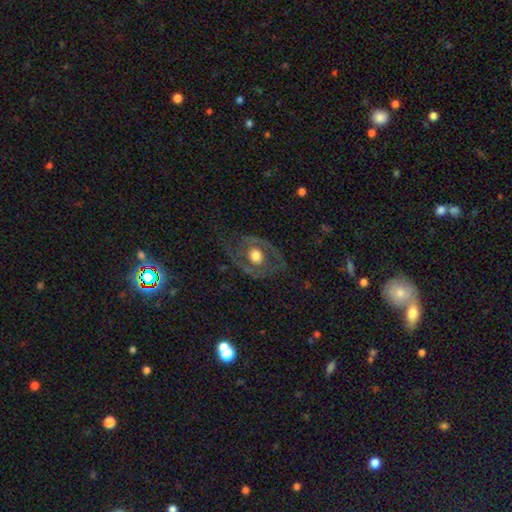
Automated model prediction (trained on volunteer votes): Smooth or featured? Predicted: featured or disk (p=0.67). Edge-on disk? Predicted: no (p=0.94). Bar? Predicted: no (p=0.82). Spiral arms? Predicted: yes (p=0.51). Bulge size? Predicted: moderate (p=0.61). Merging? Predicted: none (p=0.66).